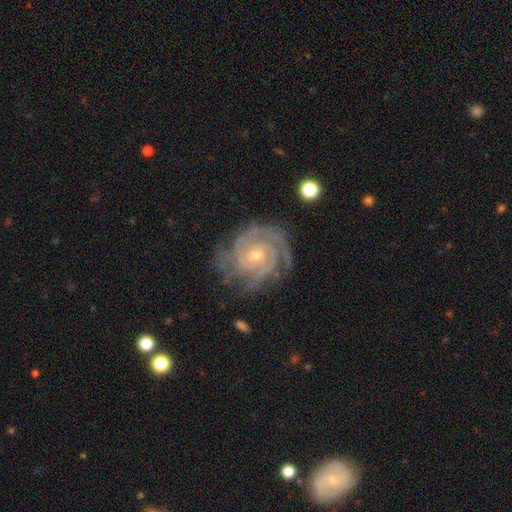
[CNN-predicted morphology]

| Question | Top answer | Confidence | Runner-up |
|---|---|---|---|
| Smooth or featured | featured or disk | 92% | star or artifact (5%) |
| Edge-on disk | no | 98% | yes (2%) |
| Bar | no | 59% | weak (31%) |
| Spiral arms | yes | 98% | no (2%) |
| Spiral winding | tight | 79% | medium (19%) |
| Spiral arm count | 3 | 33% | 2 (22%) |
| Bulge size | small | 65% | moderate (32%) |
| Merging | none | 73% | minor disturbance (19%) |